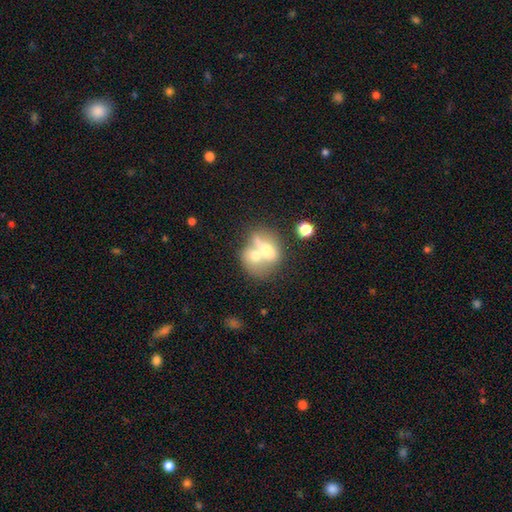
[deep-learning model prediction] Smooth or featured? Predicted: smooth (p=0.60). How rounded? Predicted: round (p=0.50). Merging? Predicted: merger (p=0.70).